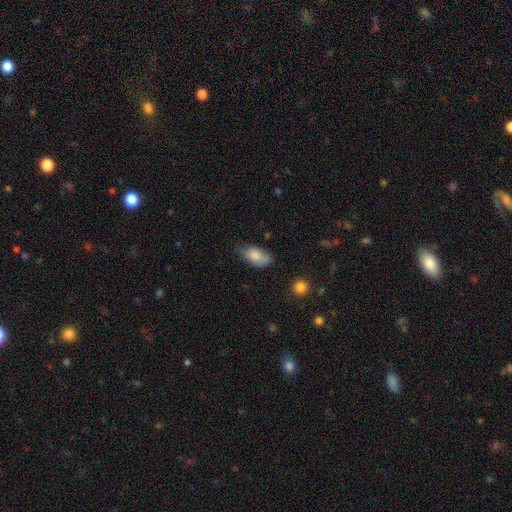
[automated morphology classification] Q: Smooth or featured?
A: smooth (80%); runner-up: featured or disk (13%)
Q: How rounded?
A: in between (92%); runner-up: round (5%)
Q: Merging?
A: none (53%); runner-up: minor disturbance (35%)